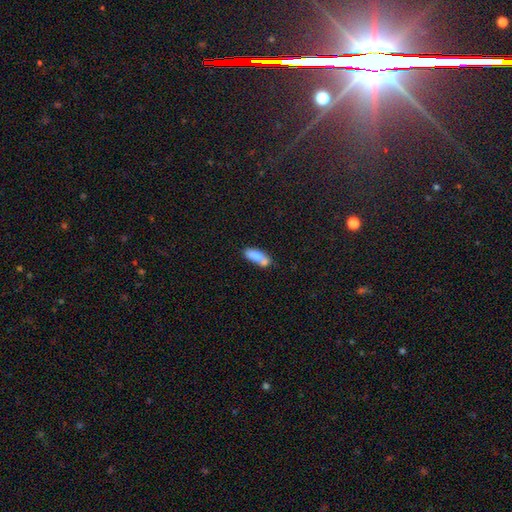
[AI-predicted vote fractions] Smooth or featured? smooth (77%)
How rounded? in between (65%)
Merging? none (46%)